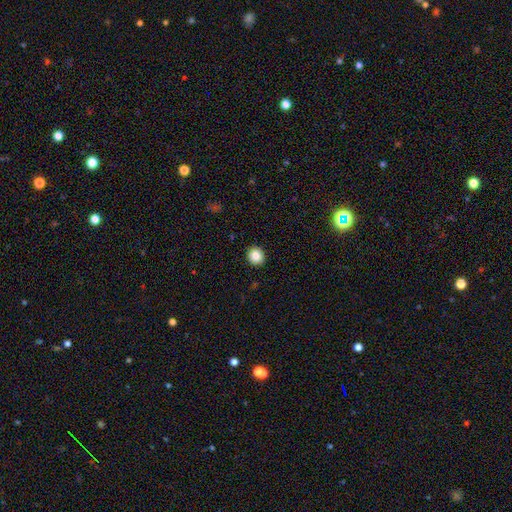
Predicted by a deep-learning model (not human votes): The model was most divided on "how rounded": round: 84%, in between: 15%, cigar-shaped: 1%. More confident: merging — none (92%); smooth or featured — smooth (86%).